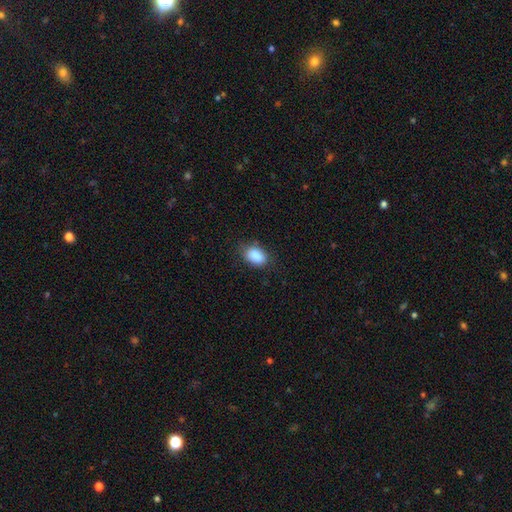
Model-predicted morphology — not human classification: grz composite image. It shows a smooth galaxy with no disk features (88%) that is in between round and cigar-shaped (83%). Merging: none (74%).